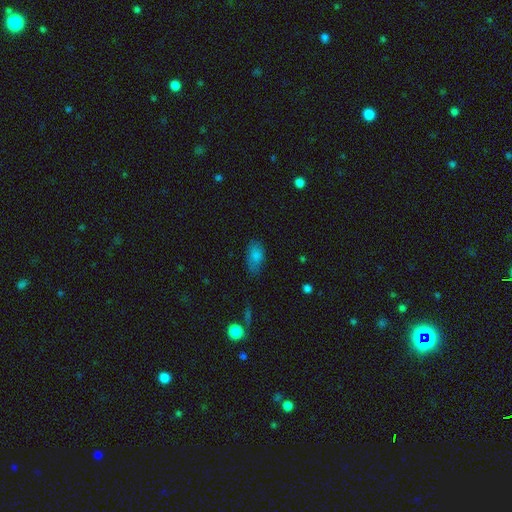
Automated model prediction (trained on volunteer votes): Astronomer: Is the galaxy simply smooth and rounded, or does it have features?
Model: smooth — 81%.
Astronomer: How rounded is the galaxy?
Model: in between — 91%.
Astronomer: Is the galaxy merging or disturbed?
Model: none — 66%.